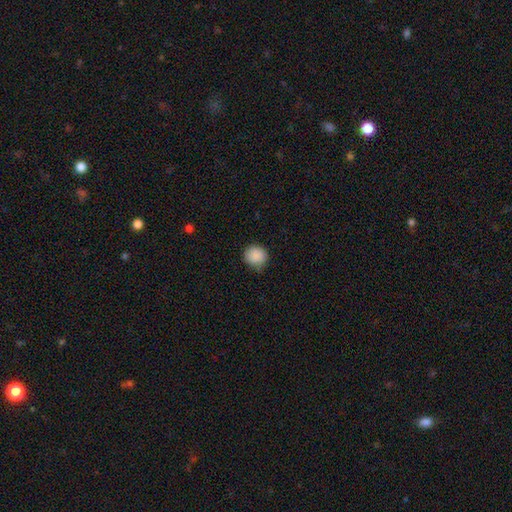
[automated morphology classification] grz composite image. It shows a smooth galaxy with no disk features (89%) that is round (90%). Merging: none (77%).